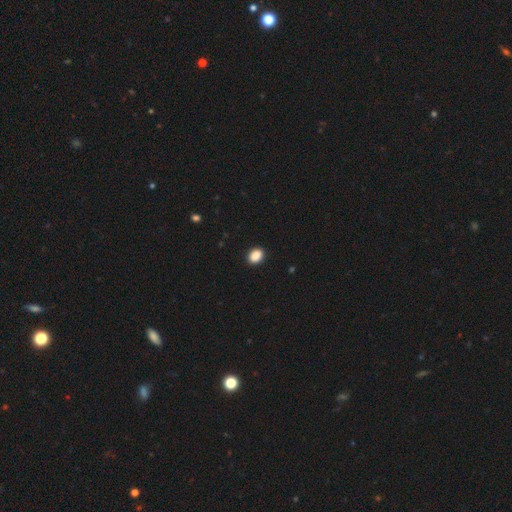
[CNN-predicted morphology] smooth 89%, star or artifact 8%, featured or disk 2%. Down the decision tree: how rounded — in between (68%); merging — none (91%).